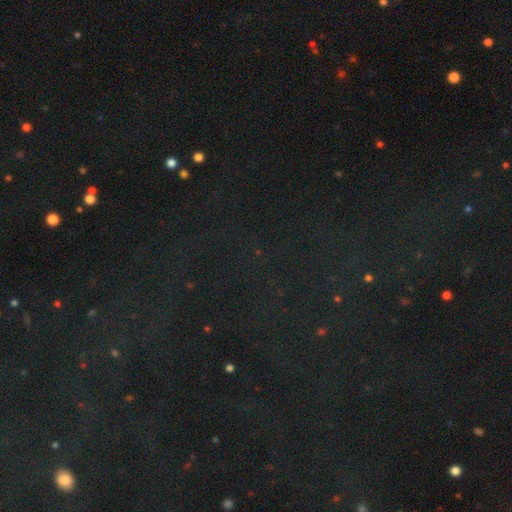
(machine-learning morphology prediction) Smooth or featured? Predicted: star or artifact (p=0.81).